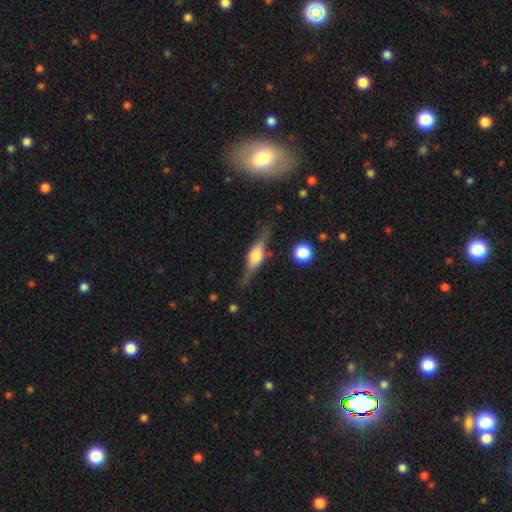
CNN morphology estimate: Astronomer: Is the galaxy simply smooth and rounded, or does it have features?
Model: featured or disk — 69%.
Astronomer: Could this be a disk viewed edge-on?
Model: yes — 95%.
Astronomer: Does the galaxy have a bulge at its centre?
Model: rounded — 83%.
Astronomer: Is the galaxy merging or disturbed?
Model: none — 78%.